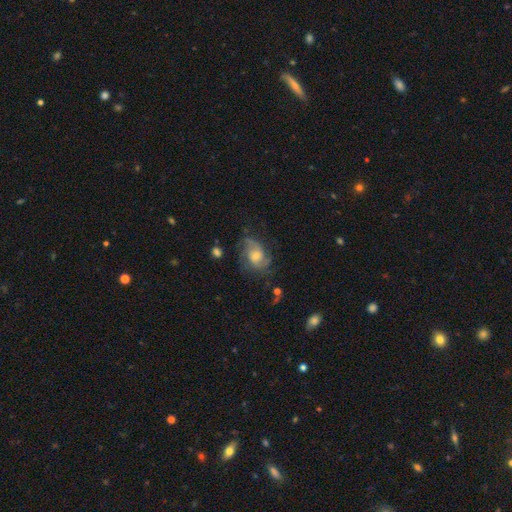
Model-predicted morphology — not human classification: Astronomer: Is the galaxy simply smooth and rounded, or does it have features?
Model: featured or disk — 67%.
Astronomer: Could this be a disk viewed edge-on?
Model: no — 97%.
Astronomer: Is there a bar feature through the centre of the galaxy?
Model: no — 69%.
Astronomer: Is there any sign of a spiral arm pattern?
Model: yes — 88%.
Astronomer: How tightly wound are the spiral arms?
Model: medium — 44% (runner-up: loose, 31%).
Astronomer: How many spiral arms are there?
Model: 2 — 41% (runner-up: can't tell, 25%).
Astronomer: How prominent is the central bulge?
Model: small — 46% (runner-up: moderate, 45%).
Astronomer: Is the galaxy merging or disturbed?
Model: none — 56%.